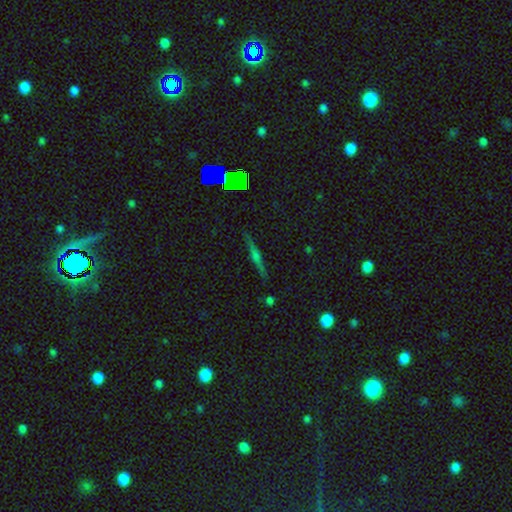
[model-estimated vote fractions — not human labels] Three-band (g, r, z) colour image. It shows a featured or disk galaxy (63%) viewed edge-on (96%) with a rounded central bulge (73%). Merging: none (88%).